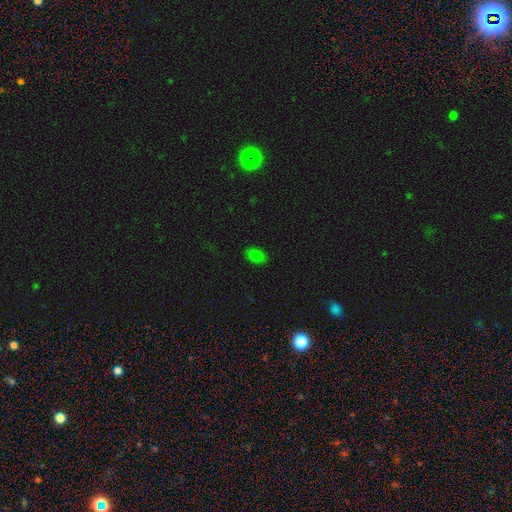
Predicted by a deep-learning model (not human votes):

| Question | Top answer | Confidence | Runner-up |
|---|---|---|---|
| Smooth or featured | smooth | 79% | star or artifact (14%) |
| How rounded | in between | 81% | round (18%) |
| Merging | none | 86% | minor disturbance (10%) |